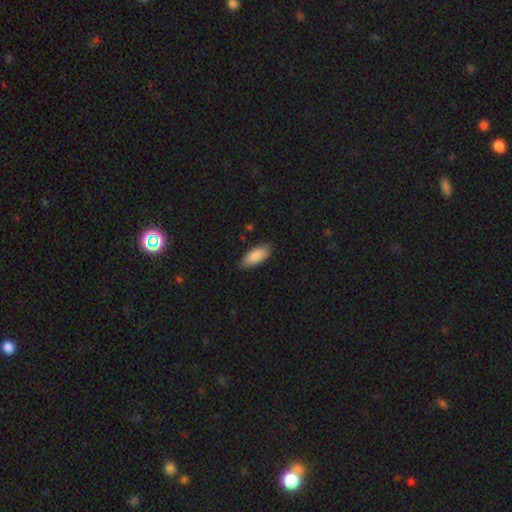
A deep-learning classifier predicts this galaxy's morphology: A smooth galaxy with no disk features (87%) that is in between round and cigar-shaped (81%). Merging: none (85%).